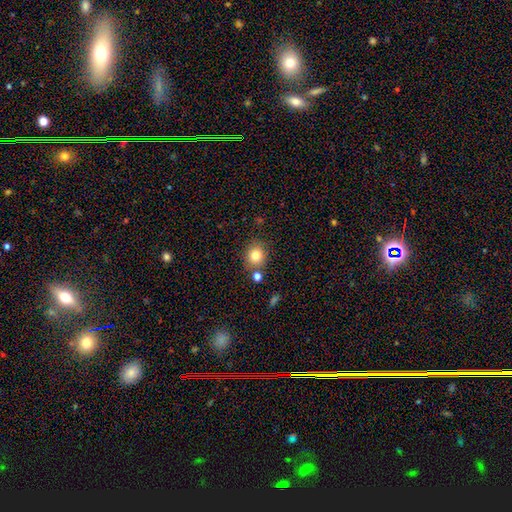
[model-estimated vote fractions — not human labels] smooth 81%, star or artifact 11%, featured or disk 8%. Down the decision tree: how rounded — round (76%); merging — none (77%).